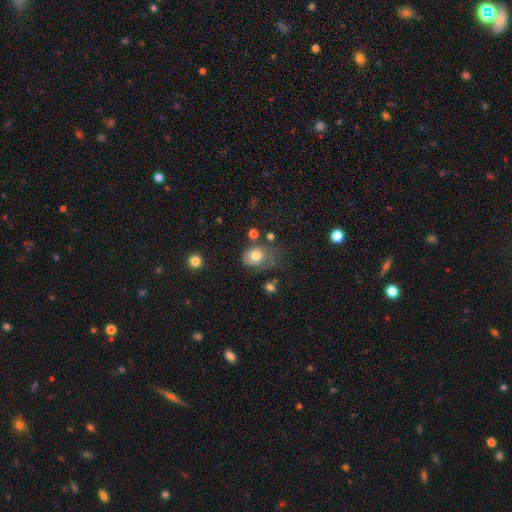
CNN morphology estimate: smooth 68%, featured or disk 23%, star or artifact 9%. Down the decision tree: how rounded — in between (52%); merging — none (39%).